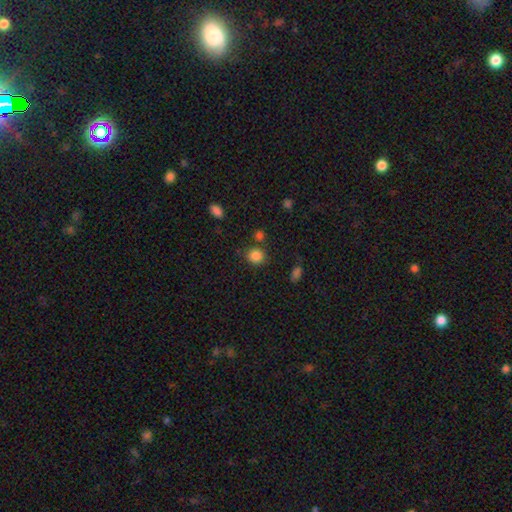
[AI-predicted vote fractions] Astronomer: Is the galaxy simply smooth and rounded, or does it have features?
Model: smooth — 86%.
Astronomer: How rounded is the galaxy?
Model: round — 80%.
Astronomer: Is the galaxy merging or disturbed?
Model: none — 79%.